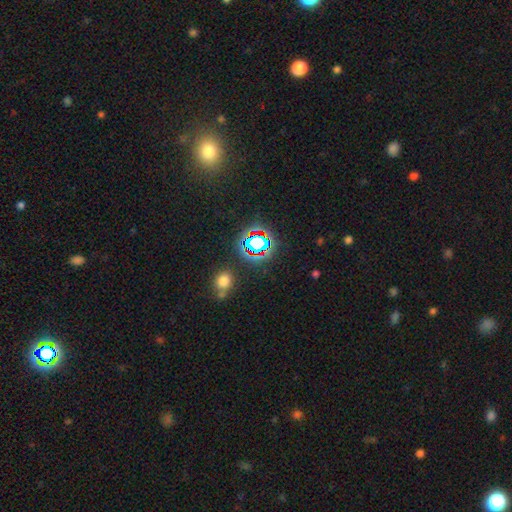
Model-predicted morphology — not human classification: Smooth or featured? star or artifact (70%)